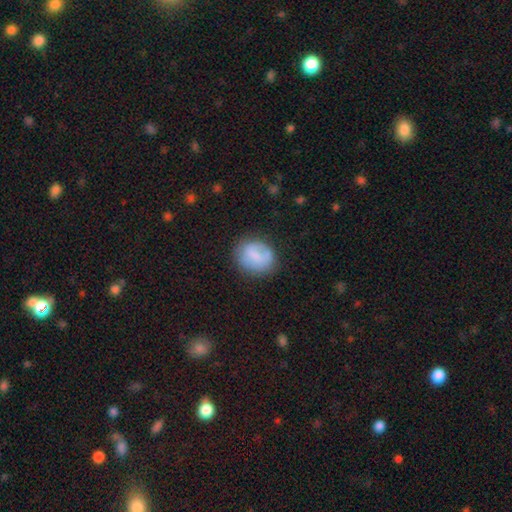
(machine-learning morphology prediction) Q: Smooth or featured?
A: smooth (71%); runner-up: featured or disk (21%)
Q: How rounded?
A: round (63%); runner-up: in between (36%)
Q: Merging?
A: none (70%); runner-up: minor disturbance (20%)